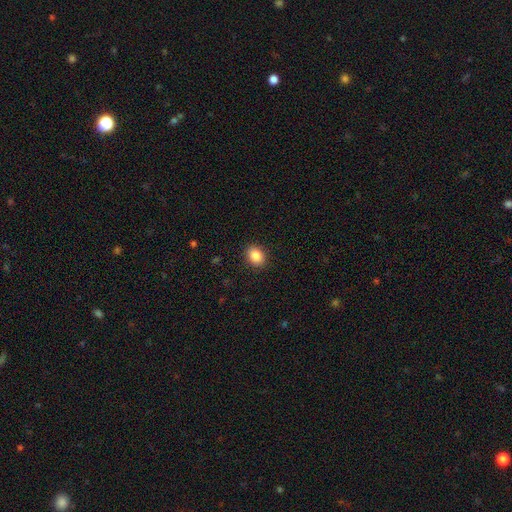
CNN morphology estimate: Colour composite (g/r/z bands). It shows a smooth galaxy with no disk features (87%) that is in between round and cigar-shaped (54%). Merging: none (90%).